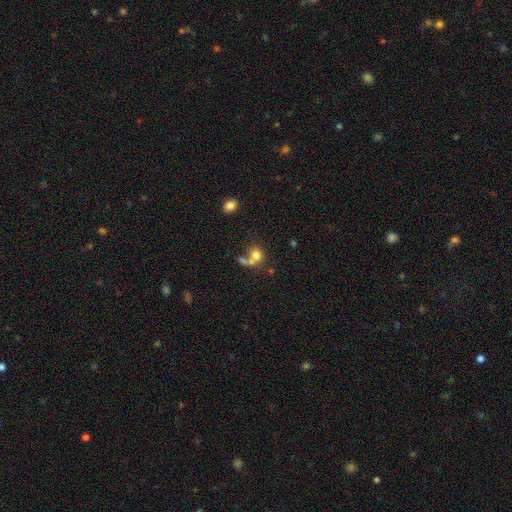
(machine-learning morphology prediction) This appears to be a smooth galaxy with no disk features (72%) that is round (70%). Merging: merger (48%).